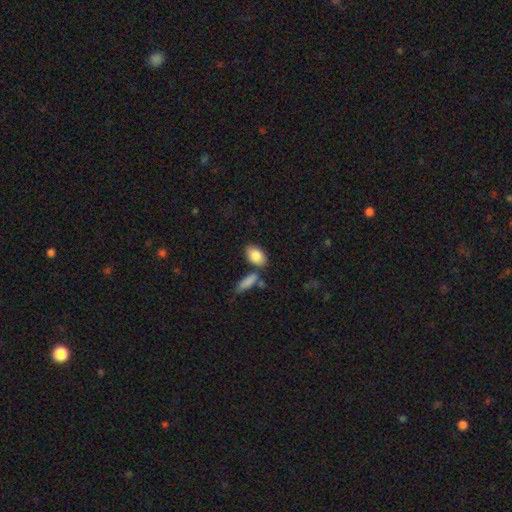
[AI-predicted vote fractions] A smooth galaxy with no disk features (84%) that is in between round and cigar-shaped (90%). Merging: none (69%).